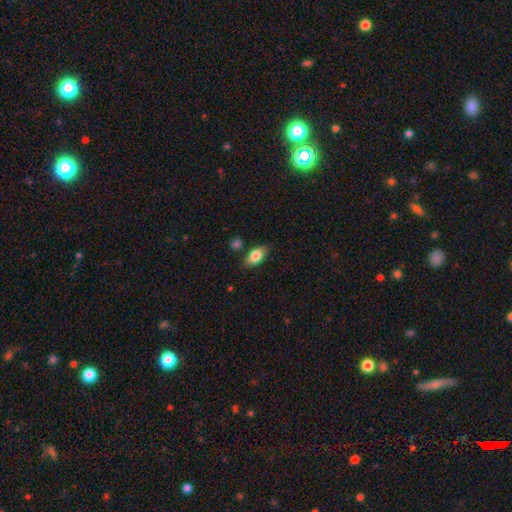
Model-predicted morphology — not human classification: Smooth or featured? Predicted: smooth (p=0.82). How rounded? Predicted: in between (p=0.88). Merging? Predicted: none (p=0.79).